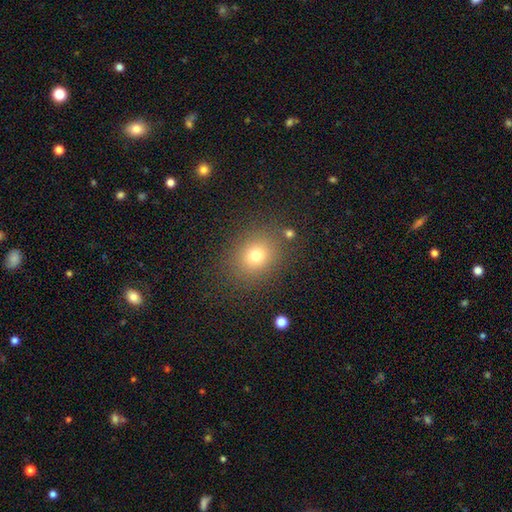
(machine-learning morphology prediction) This appears to be a smooth galaxy with no disk features (74%) that is round (65%). Merging: none (84%).